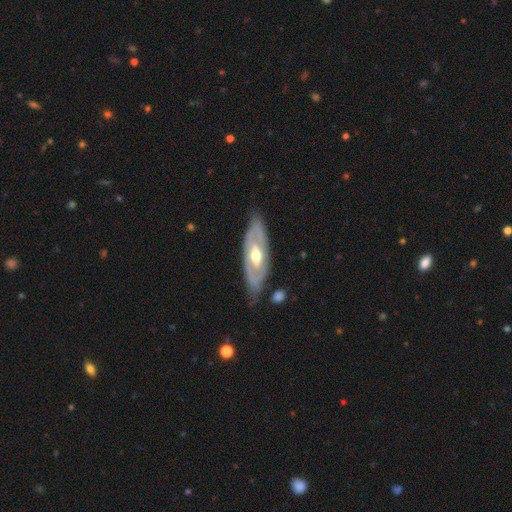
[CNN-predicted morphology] type=featured or disk (76%); edge-on=no (81%); bar=no (53%); spiral arms=yes (58%); bulge=moderate (73%); merging=none (77%).